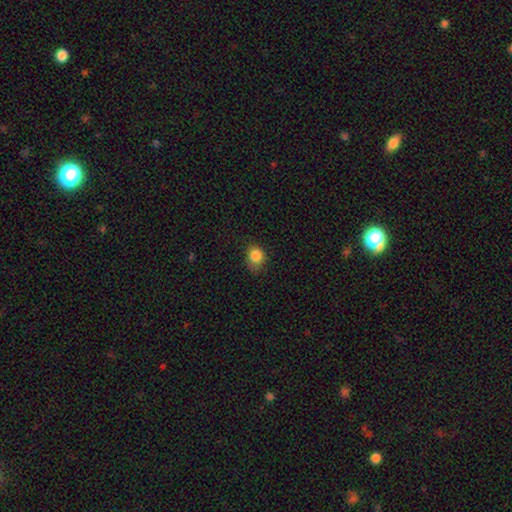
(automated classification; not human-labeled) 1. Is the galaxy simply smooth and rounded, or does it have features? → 84% smooth, 11% star or artifact, 5% featured or disk.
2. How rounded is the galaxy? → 60% round, 39% in between, 1% cigar-shaped.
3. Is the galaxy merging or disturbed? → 62% none, 29% minor disturbance, 8% major disturbance, 1% merger.